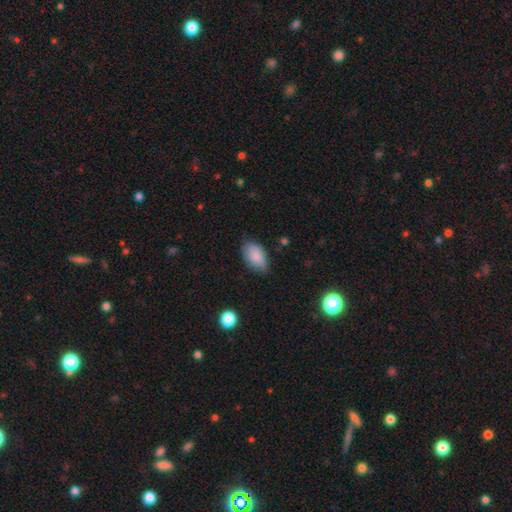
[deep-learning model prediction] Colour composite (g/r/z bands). It shows a smooth galaxy with no disk features (86%) that is in between round and cigar-shaped (93%). Merging: none (71%).